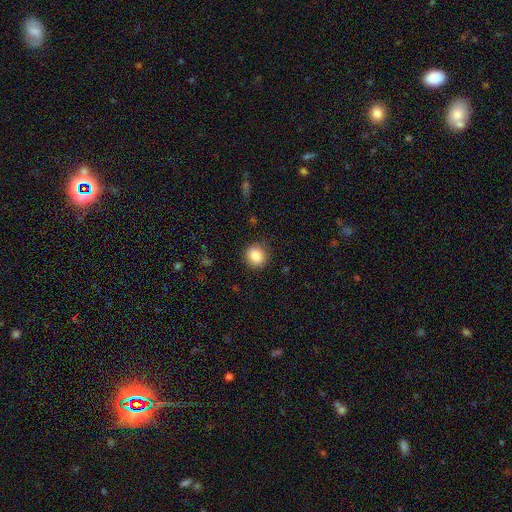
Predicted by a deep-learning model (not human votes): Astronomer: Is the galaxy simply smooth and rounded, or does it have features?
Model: smooth — 87%.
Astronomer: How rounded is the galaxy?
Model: round — 85%.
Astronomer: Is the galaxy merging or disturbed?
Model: none — 86%.